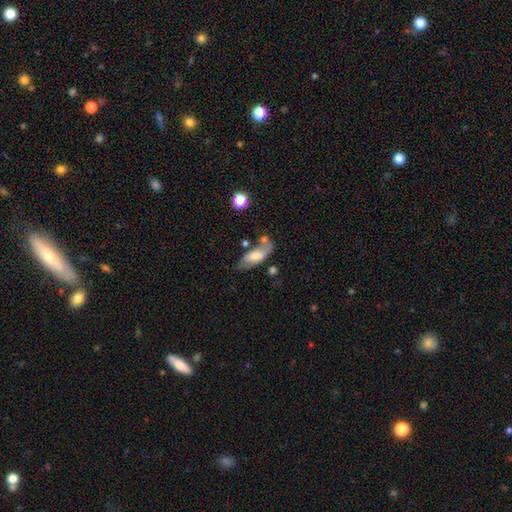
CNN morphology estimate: smooth_or_featured: smooth (p=0.57) [alt: featured or disk p=0.36]
how_rounded: in between (p=0.80) [alt: cigar-shaped p=0.16]
merging: none (p=0.42) [alt: minor disturbance p=0.26]